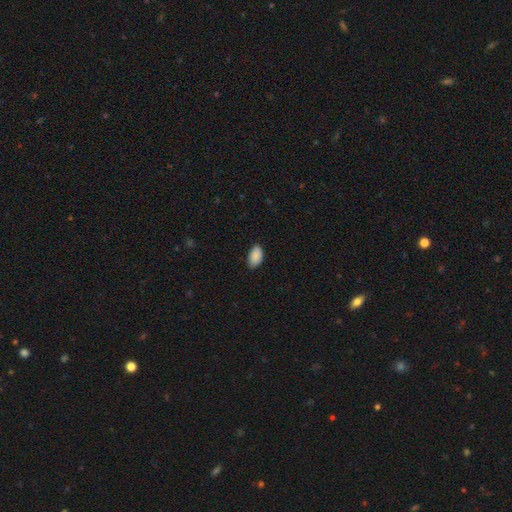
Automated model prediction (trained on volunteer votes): smooth-or-featured: smooth: 90% | star or artifact: 7% | featured or disk: 3%
  how-rounded: in between: 94% | round: 4% | cigar-shaped: 2%
  merging: none: 82% | minor disturbance: 15% | major disturbance: 2% | merger: 1%